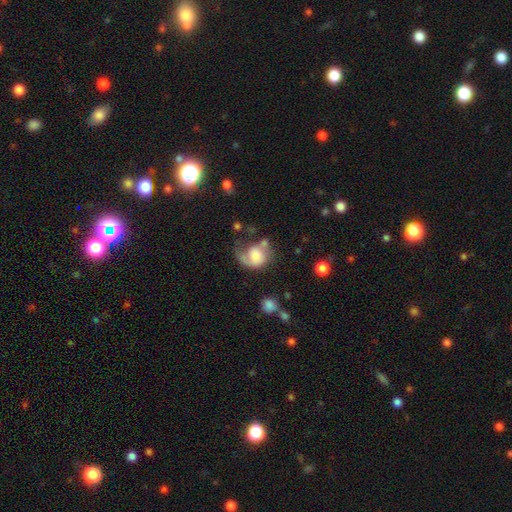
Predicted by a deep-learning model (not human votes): Morphology: type=smooth (49%); merging=major disturbance (37%).